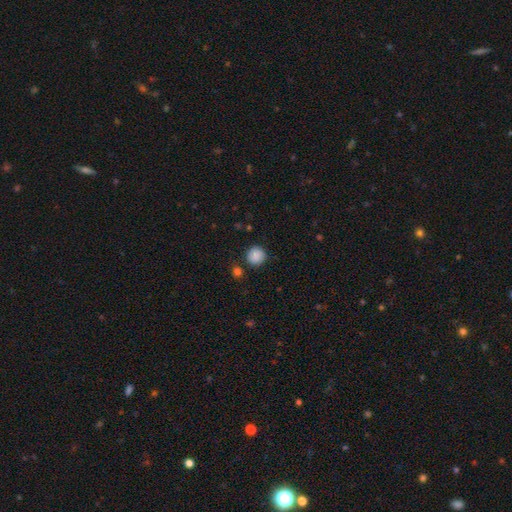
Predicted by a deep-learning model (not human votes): smooth_or_featured: smooth (p=0.89) [alt: star or artifact p=0.09]
how_rounded: round (p=0.91) [alt: in between p=0.08]
merging: none (p=0.85) [alt: minor disturbance p=0.09]